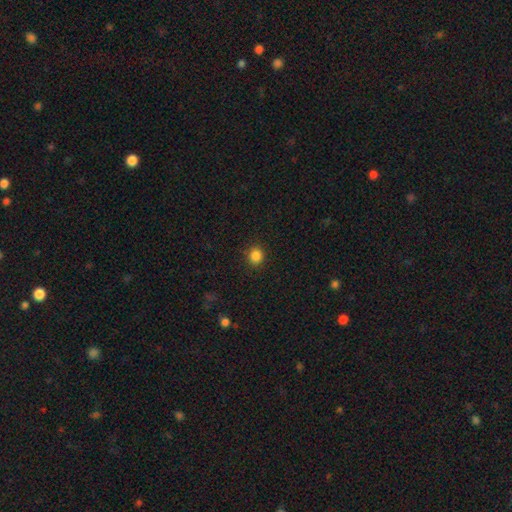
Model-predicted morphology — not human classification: This is clearly a smooth galaxy (85%). How rounded: clearly round (84%). Merging: clearly none (90%).